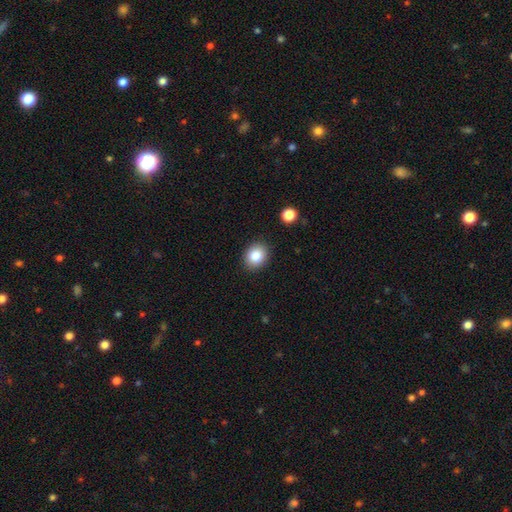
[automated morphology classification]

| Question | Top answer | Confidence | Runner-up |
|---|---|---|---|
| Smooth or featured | smooth | 84% | star or artifact (9%) |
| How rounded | round | 57% | in between (42%) |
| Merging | none | 88% | minor disturbance (8%) |